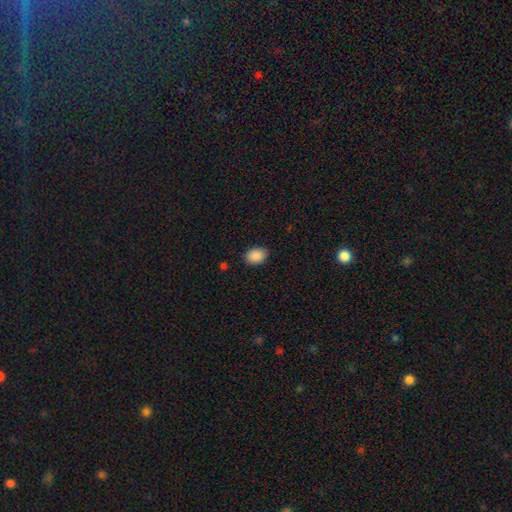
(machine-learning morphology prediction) This appears to be a smooth galaxy with no disk features (90%) that is in between round and cigar-shaped (78%). Merging: none (85%).